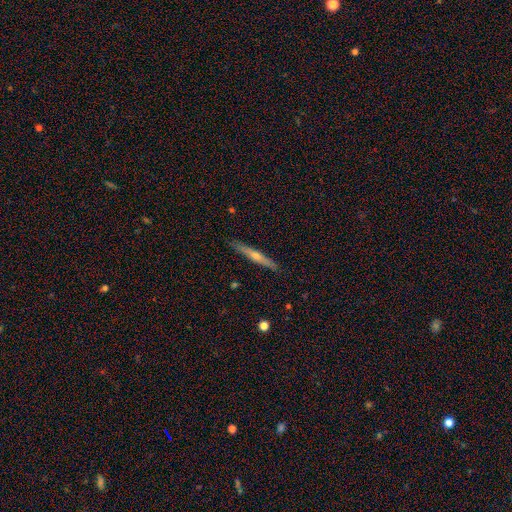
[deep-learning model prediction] Morphology: type=featured or disk (70%); edge-on=yes (98%); edge-on bulge=rounded (83%); merging=none (91%).